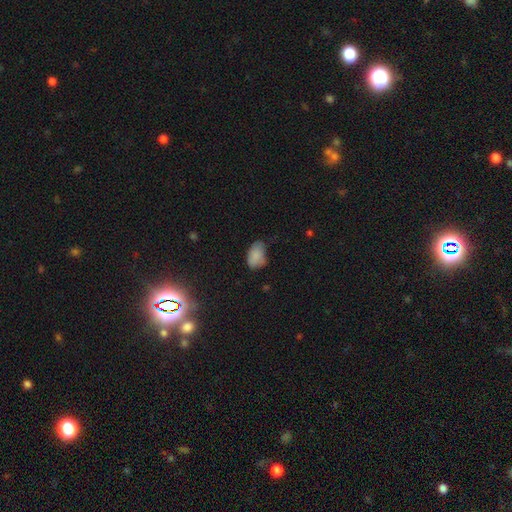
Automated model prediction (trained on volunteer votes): Overall: smooth (84%). How rounded: in between (89%). Merging: none (51%; minor disturbance 38%).